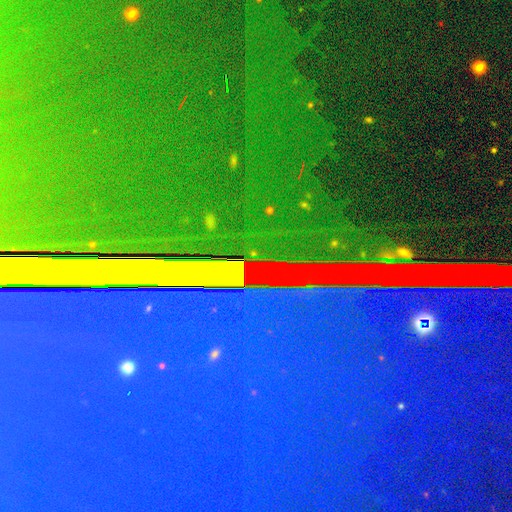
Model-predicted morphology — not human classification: type=star or artifact (86%).